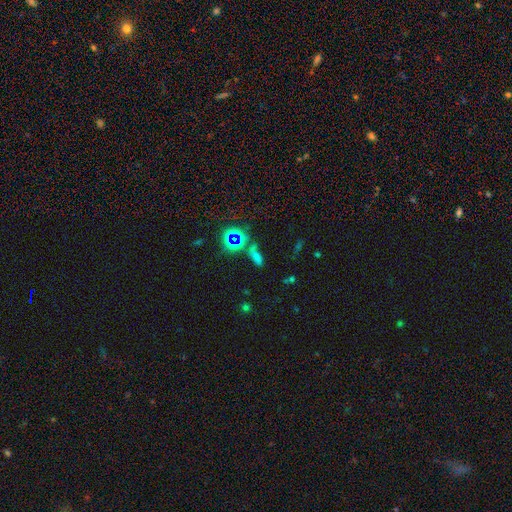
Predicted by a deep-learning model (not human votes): This is possibly a smooth galaxy (48%). Merging: possibly none (54%).